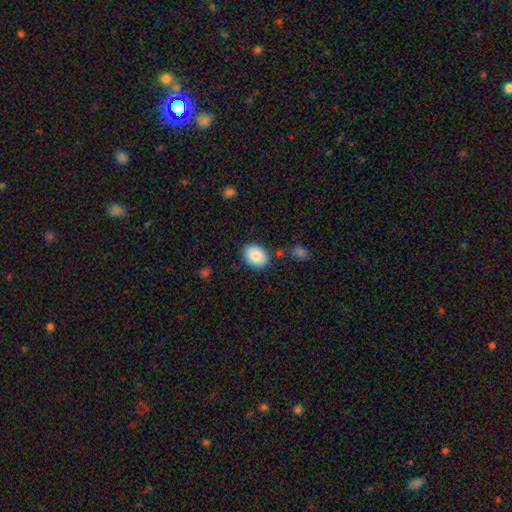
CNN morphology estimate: Smooth or featured: smooth — 86% (star or artifact — 7%)
How rounded: in between — 70% (round — 29%)
Merging: none — 83% (minor disturbance — 11%)